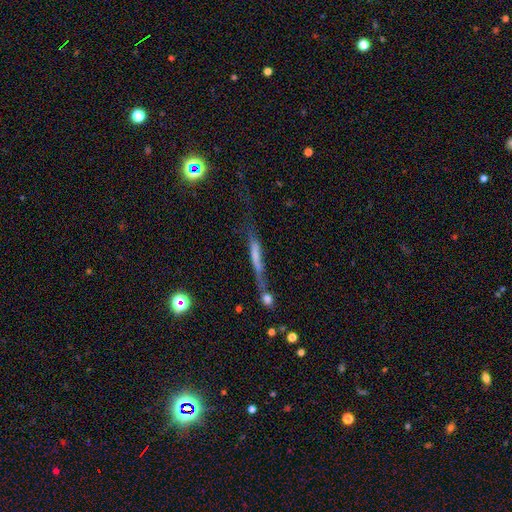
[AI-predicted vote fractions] smooth_or_featured: smooth (p=0.46) [alt: featured or disk p=0.43]
merging: none (p=0.32) [alt: merger p=0.25]